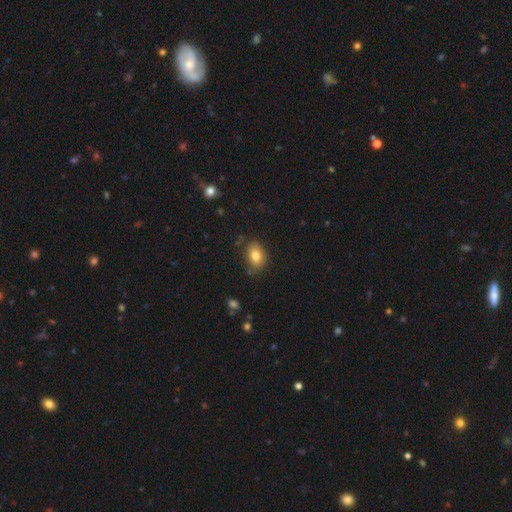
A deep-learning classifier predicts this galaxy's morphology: smooth-or-featured: smooth: 81% | featured or disk: 10% | star or artifact: 9%
  how-rounded: in between: 80% | round: 19% | cigar-shaped: 1%
  merging: none: 80% | minor disturbance: 15% | major disturbance: 3% | merger: 3%